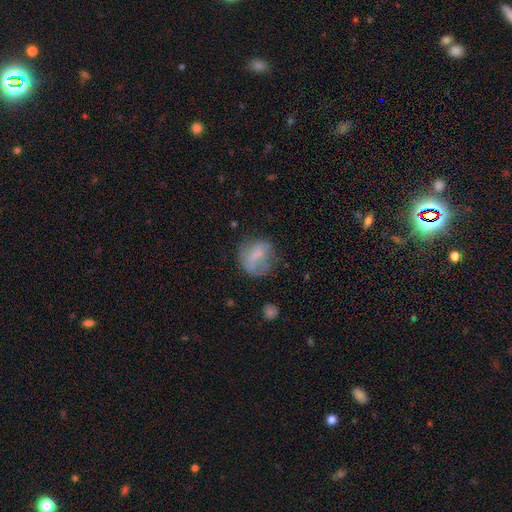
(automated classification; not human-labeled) smooth 58%, featured or disk 31%, star or artifact 11%. Down the decision tree: how rounded — round (71%); merging — none (50%).